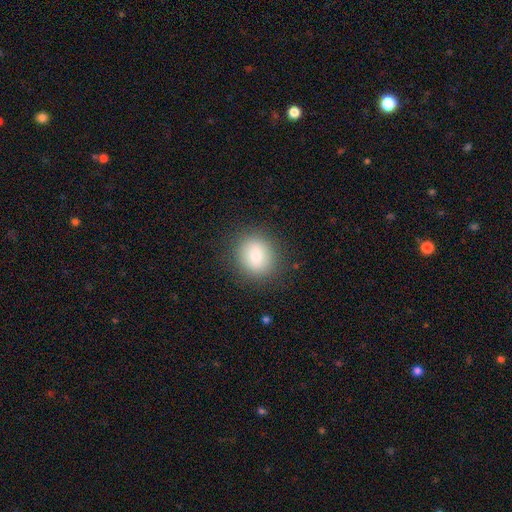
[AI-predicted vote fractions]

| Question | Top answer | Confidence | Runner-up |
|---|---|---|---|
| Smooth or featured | smooth | 81% | star or artifact (9%) |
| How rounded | round | 76% | in between (23%) |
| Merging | none | 86% | minor disturbance (9%) |